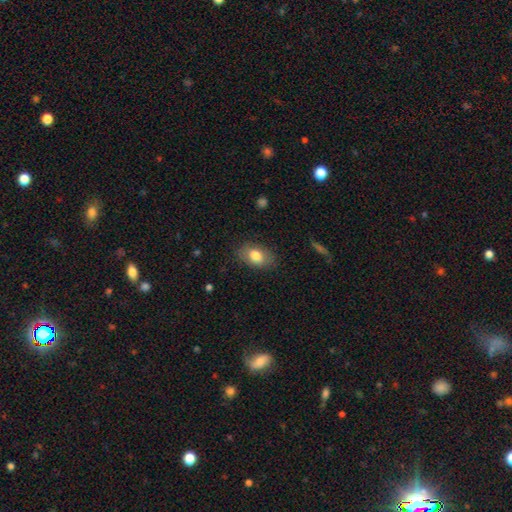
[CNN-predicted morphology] A smooth galaxy with no disk features (80%) that is in between round and cigar-shaped (85%). Merging: none (81%).